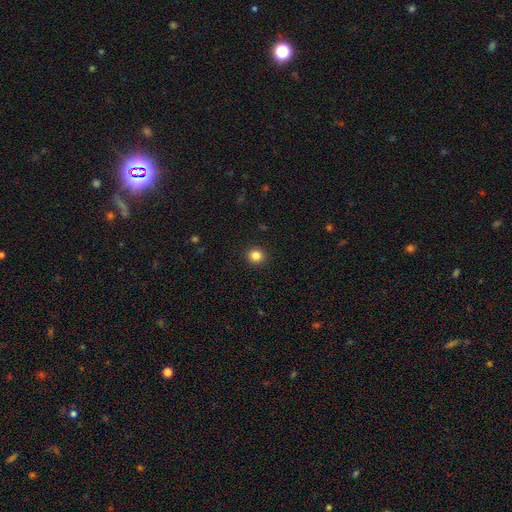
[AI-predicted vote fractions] This is clearly a smooth galaxy (84%). How rounded: clearly round (90%). Merging: clearly none (93%).